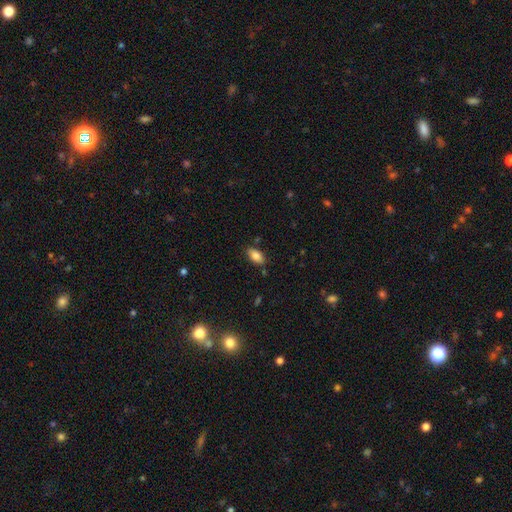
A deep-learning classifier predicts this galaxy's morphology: type=smooth (83%); roundness=in between (92%); merging=none (83%).